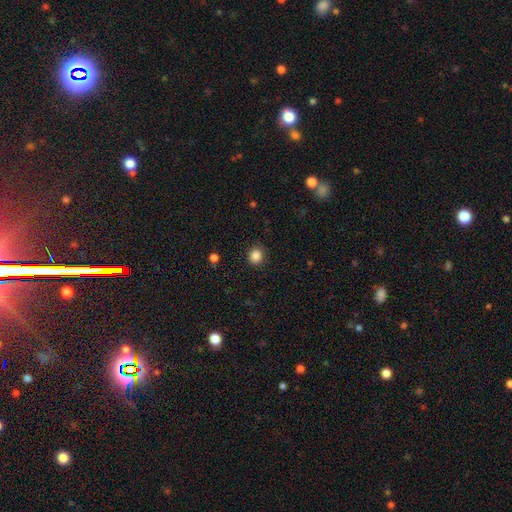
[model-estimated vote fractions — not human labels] The model was most divided on "how rounded": round: 83%, in between: 16%, cigar-shaped: 1%. More confident: merging — none (90%); smooth or featured — smooth (86%).